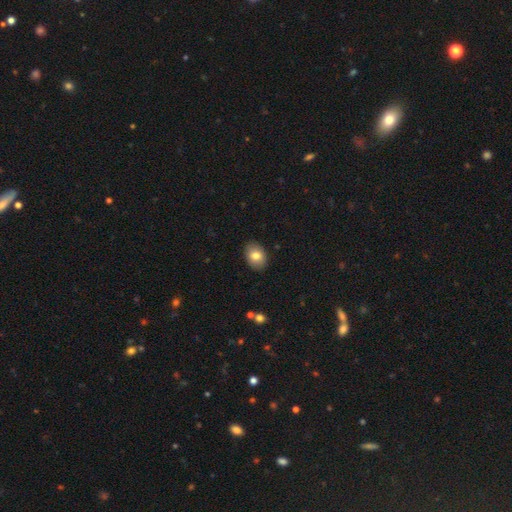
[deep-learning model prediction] Smooth or featured?
  - smooth: 80% *
  - featured or disk: 12%
  - star or artifact: 8%
How rounded?
  - in between: 73% *
  - round: 26%
  - cigar-shaped: 1%
Merging?
  - none: 87% *
  - minor disturbance: 10%
  - major disturbance: 2%
  - merger: 1%